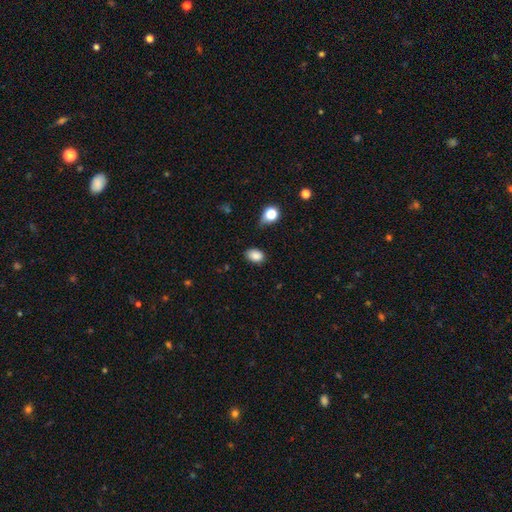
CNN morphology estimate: type=smooth (86%); roundness=in between (78%); merging=none (74%).